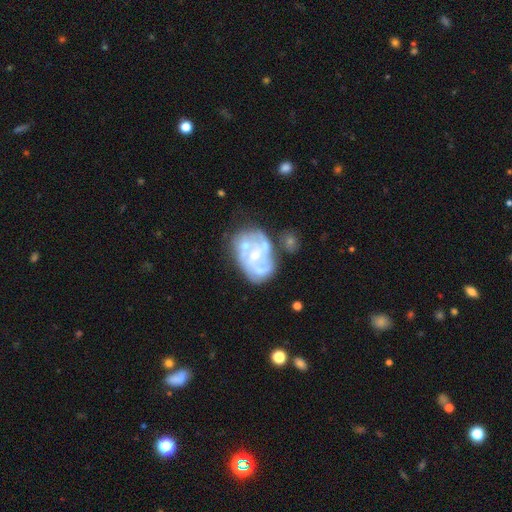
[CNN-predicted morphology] Smooth or featured? featured or disk (75%)
Edge-on disk? no (98%)
Bar? no (70%)
Spiral arms? yes (51%)
Bulge size? small (46%)
Merging? none (42%)